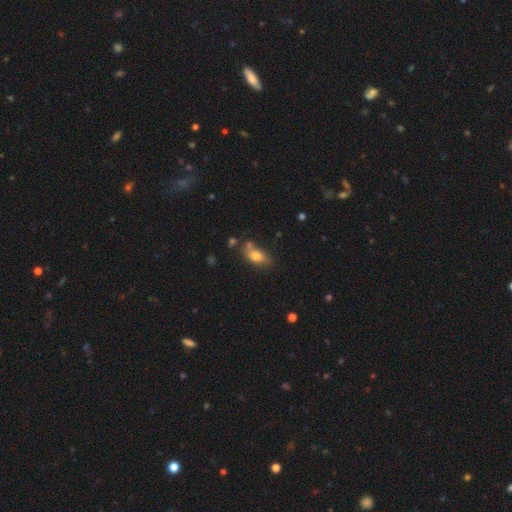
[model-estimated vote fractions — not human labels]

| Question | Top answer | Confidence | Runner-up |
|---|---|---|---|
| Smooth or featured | smooth | 73% | featured or disk (18%) |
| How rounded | in between | 82% | cigar-shaped (10%) |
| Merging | none | 53% | minor disturbance (22%) |